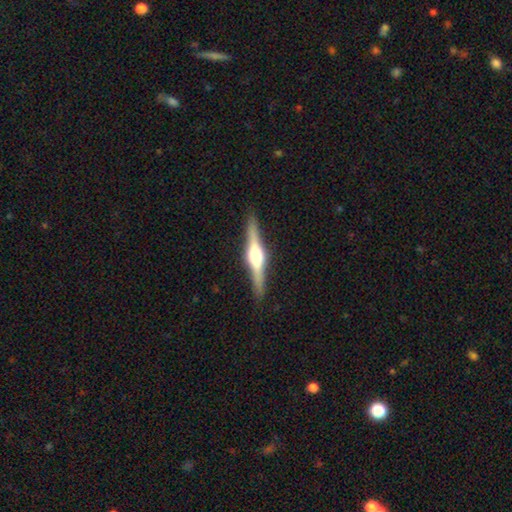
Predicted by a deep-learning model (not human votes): Smooth or featured? Predicted: featured or disk (p=0.79). Edge-on disk? Predicted: yes (p=0.98). Edge-on bulge? Predicted: rounded (p=0.91). Merging? Predicted: none (p=0.90).